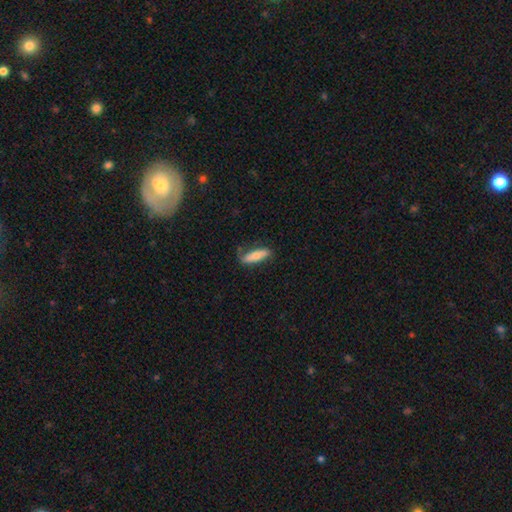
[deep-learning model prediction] A smooth galaxy with no disk features (72%) that is cigar-shaped (56%). Merging: none (72%).